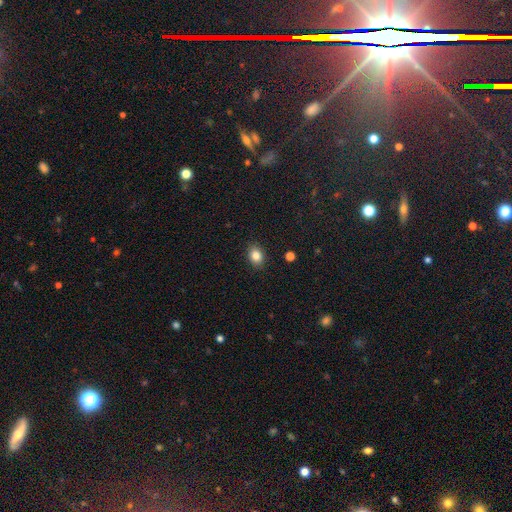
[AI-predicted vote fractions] Q: Smooth or featured?
A: smooth (83%); runner-up: star or artifact (10%)
Q: How rounded?
A: in between (63%); runner-up: round (36%)
Q: Merging?
A: none (88%); runner-up: minor disturbance (9%)